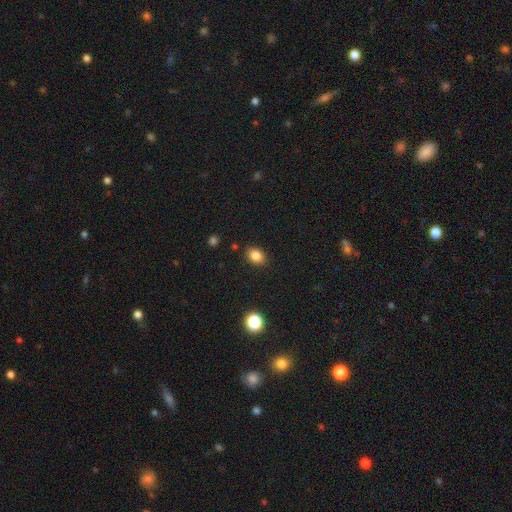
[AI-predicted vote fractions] smooth 84%, star or artifact 11%, featured or disk 5%. Down the decision tree: how rounded — in between (65%); merging — none (86%).